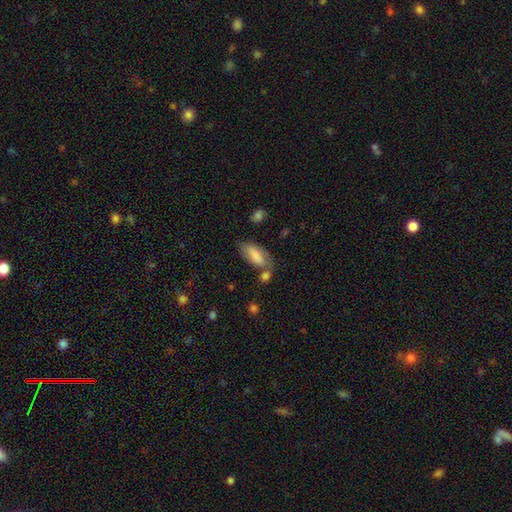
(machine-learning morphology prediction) Smooth or featured: smooth — 73% (featured or disk — 20%)
How rounded: in between — 82% (cigar-shaped — 15%)
Merging: none — 52% (minor disturbance — 22%)